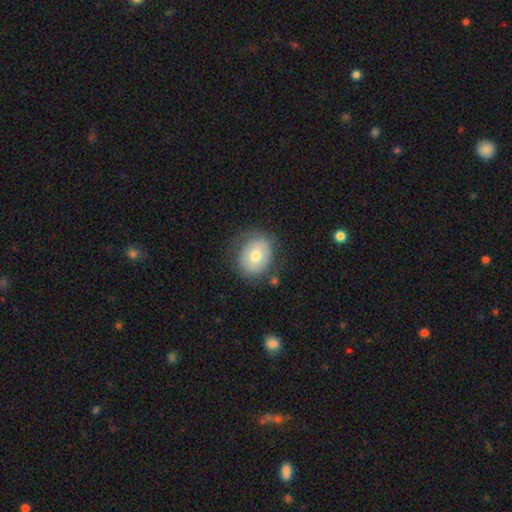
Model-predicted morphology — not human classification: A smooth galaxy with no disk features (66%) that is round (57%).

Vote fractions:
- Smooth or featured? smooth: 66% / featured or disk: 26% / star or artifact: 8%
- How rounded? round: 57% / in between: 43% / cigar-shaped: 1%
- Merging? none: 75% / minor disturbance: 17% / major disturbance: 6% / merger: 2%